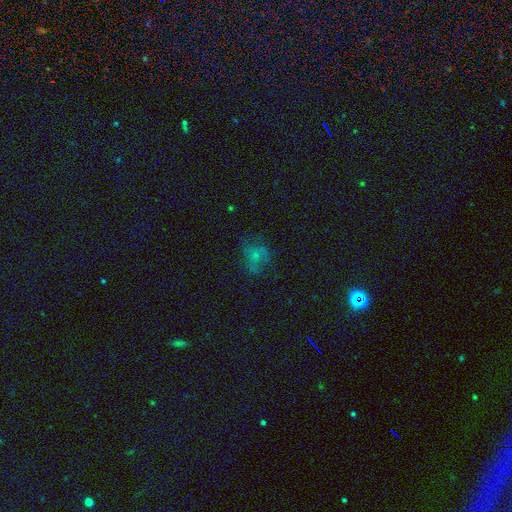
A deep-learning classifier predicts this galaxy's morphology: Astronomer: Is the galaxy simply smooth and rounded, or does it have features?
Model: smooth — 51% (runner-up: featured or disk, 29%).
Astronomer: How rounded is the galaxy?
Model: round — 50% (runner-up: in between, 48%).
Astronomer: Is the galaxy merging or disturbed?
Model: none — 48% (runner-up: major disturbance, 26%).